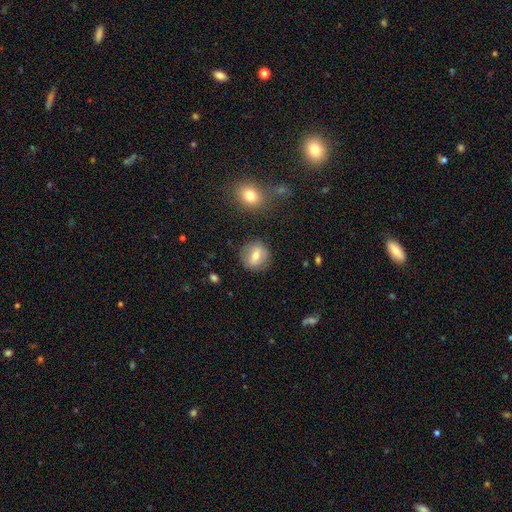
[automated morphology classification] The model was most divided on "smooth or featured": smooth: 60%, featured or disk: 31%, star or artifact: 9%. More confident: merging — none (83%); how rounded — round (81%).